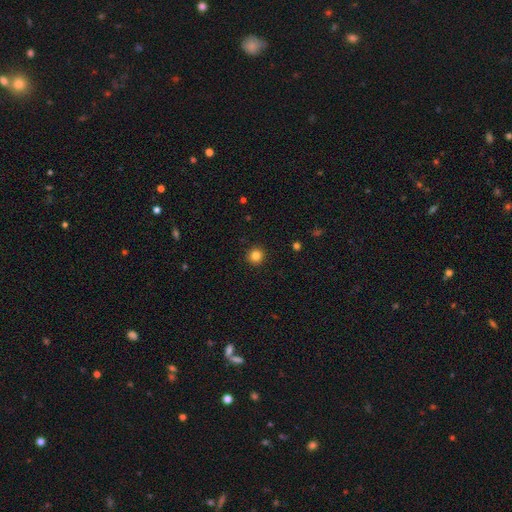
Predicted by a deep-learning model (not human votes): Smooth or featured?
  - smooth: 84% *
  - star or artifact: 12%
  - featured or disk: 4%
How rounded?
  - round: 95% *
  - in between: 5%
  - cigar-shaped: 1%
Merging?
  - none: 93% *
  - minor disturbance: 4%
  - major disturbance: 2%
  - merger: 1%